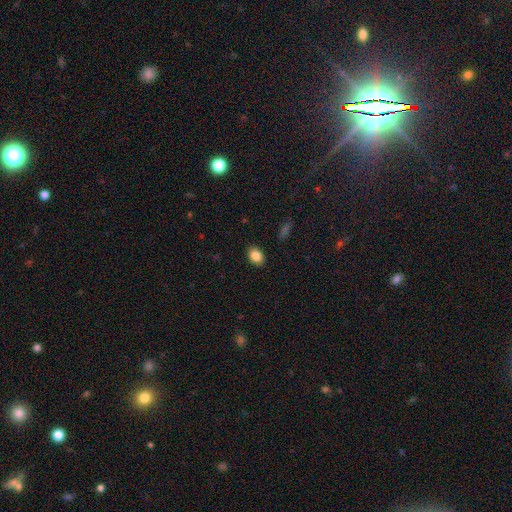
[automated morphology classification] Smooth or featured? smooth (86%)
How rounded? in between (71%)
Merging? none (90%)